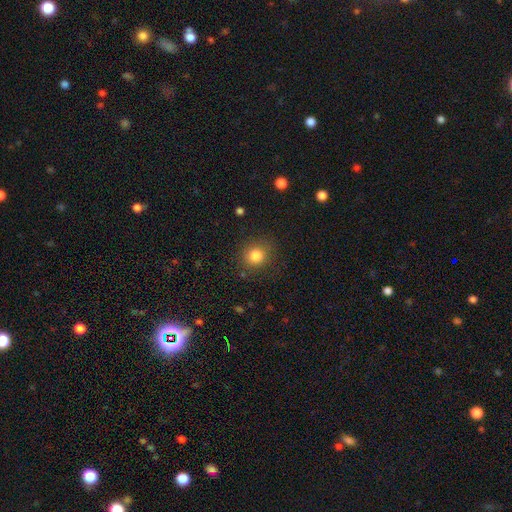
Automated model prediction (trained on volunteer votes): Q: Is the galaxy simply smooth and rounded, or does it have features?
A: smooth — 83%.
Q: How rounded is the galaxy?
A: round — 86%.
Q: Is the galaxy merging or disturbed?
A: none — 86%.